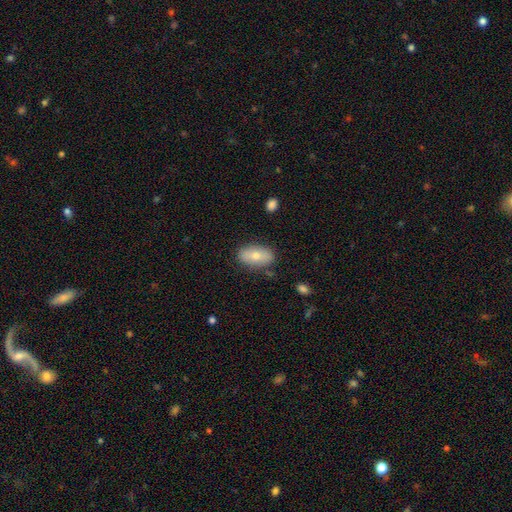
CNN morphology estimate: Smooth or featured: smooth — 70% (featured or disk — 23%)
How rounded: in between — 91% (round — 6%)
Merging: none — 81% (minor disturbance — 14%)